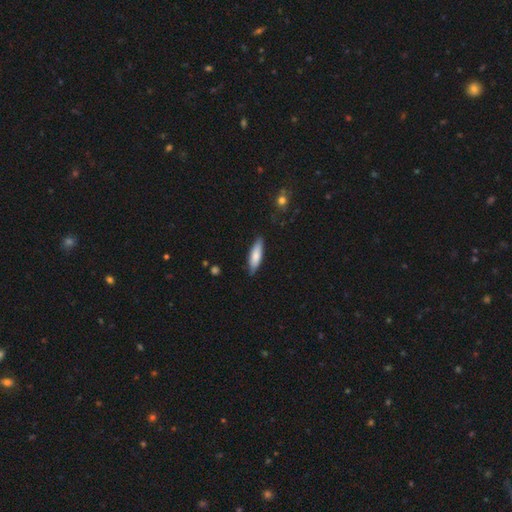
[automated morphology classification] This is likely a smooth galaxy (77%). How rounded: possibly cigar-shaped (59%). Merging: clearly none (82%).